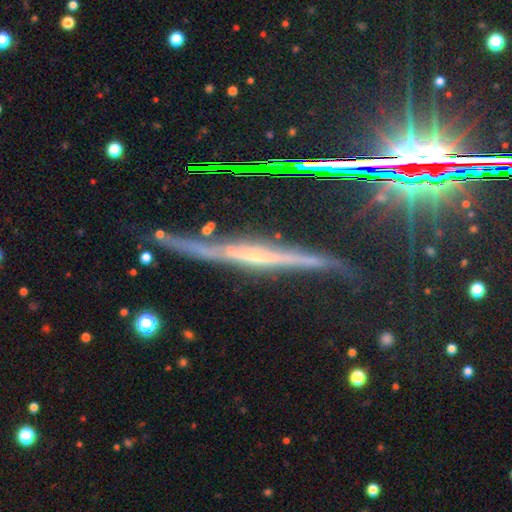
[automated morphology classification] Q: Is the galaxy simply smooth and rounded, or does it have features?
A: featured or disk — 72%.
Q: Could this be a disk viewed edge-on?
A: yes — 92%.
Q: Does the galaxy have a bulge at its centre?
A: none — 46%.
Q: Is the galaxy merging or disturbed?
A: none — 71%.